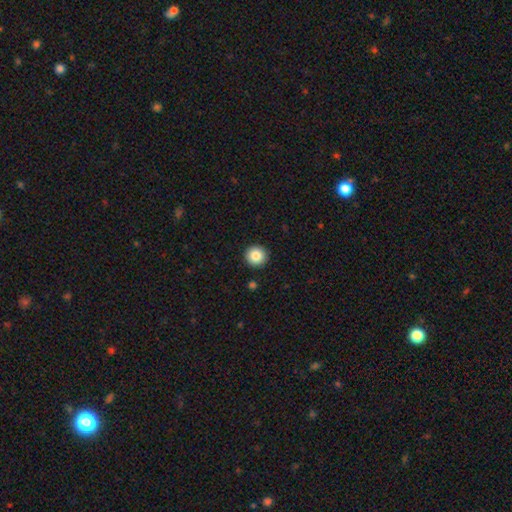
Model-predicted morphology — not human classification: smooth 85%, star or artifact 9%, featured or disk 6%. Down the decision tree: how rounded — round (96%); merging — none (93%).